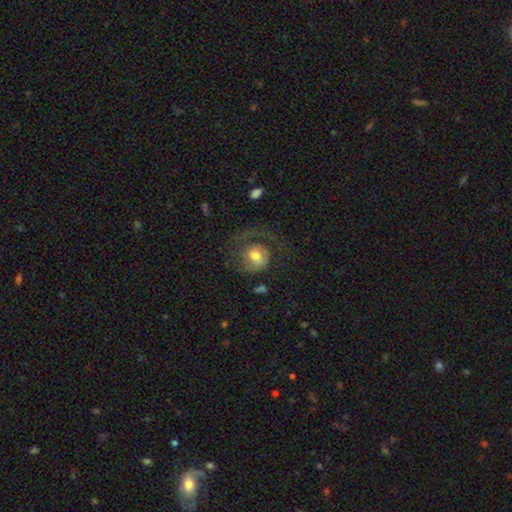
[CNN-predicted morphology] Smooth or featured: featured or disk — 53% (smooth — 39%)
Edge-on disk: no — 97% (yes — 3%)
Bar: no — 68% (weak — 26%)
Spiral arms: yes — 76% (no — 24%)
Bulge size: moderate — 70% (small — 15%)
Merging: major disturbance — 42% (none — 40%)